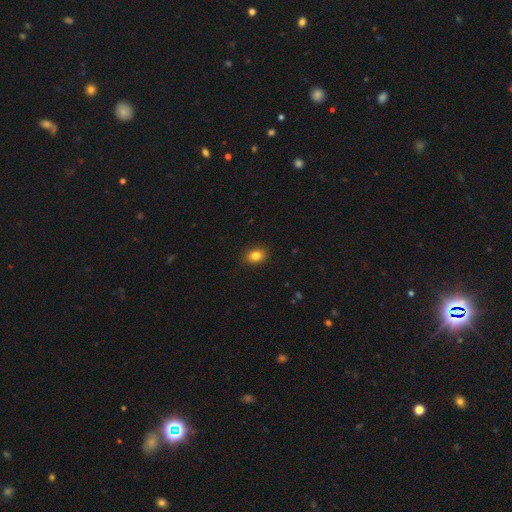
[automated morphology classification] This is clearly a smooth galaxy (83%). How rounded: likely in between (73%). Merging: clearly none (89%).